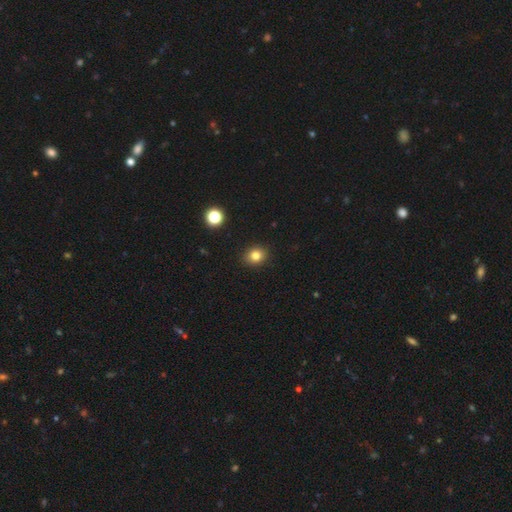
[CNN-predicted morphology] This appears to be a smooth galaxy with no disk features (81%) that is round (66%). Merging: none (90%).